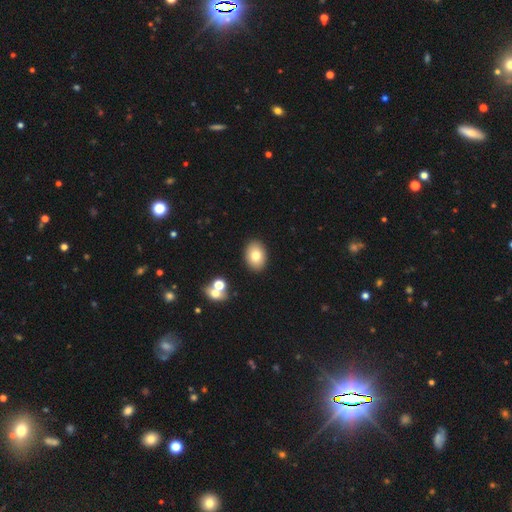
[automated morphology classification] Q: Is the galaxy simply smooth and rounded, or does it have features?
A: smooth — 78%.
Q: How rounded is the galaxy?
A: in between — 77%.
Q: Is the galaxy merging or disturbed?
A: none — 88%.